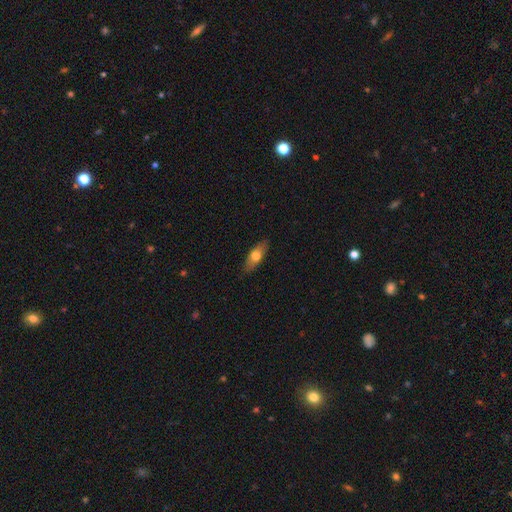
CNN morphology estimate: smooth_or_featured: smooth (p=0.64) [alt: featured or disk p=0.30]
how_rounded: in between (p=0.69) [alt: cigar-shaped p=0.27]
merging: none (p=0.86) [alt: minor disturbance p=0.11]